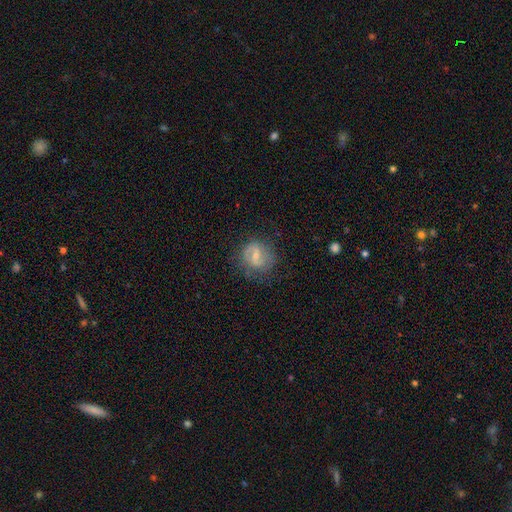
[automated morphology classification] This is possibly a featured or disk galaxy (59%). It is clearly not viewed edge-on (97%). Bar: possibly weak (52%). Spiral arm pattern: likely yes (69%). Central bulge: possibly small (55%). Merging: likely none (69%).